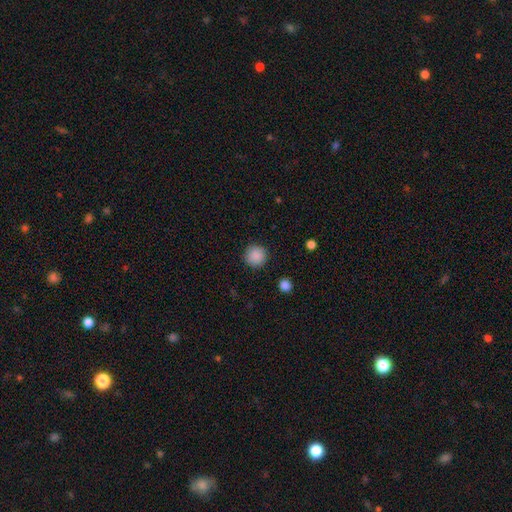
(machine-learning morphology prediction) Smooth or featured: smooth — 89% (star or artifact — 8%)
How rounded: round — 95% (in between — 4%)
Merging: none — 91% (minor disturbance — 6%)